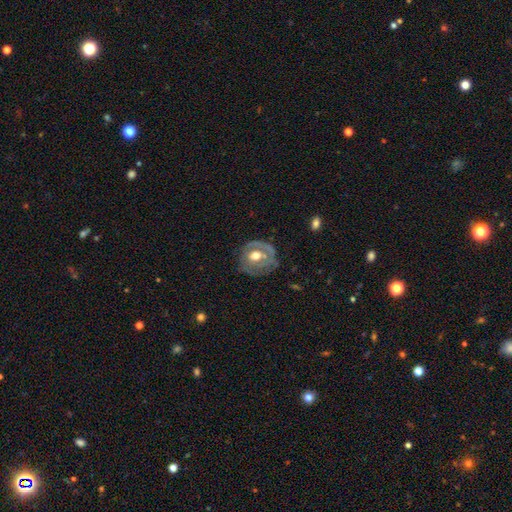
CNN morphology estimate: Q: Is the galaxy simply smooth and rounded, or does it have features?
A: featured or disk — 64%.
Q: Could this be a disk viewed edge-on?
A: no — 96%.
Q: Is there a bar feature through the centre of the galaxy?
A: no — 65%.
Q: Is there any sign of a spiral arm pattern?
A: yes — 53%.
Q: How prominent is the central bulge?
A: moderate — 73%.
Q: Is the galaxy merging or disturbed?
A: none — 57%.